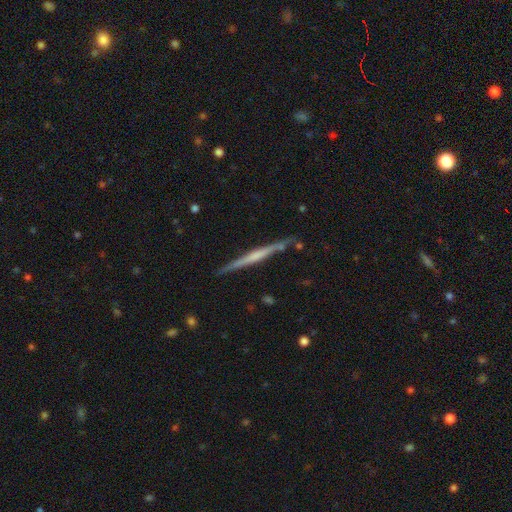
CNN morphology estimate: featured or disk 65%, smooth 29%, star or artifact 5%. Down the decision tree: edge-on disk — yes (98%); edge-on bulge — none (55%); merging — none (86%).